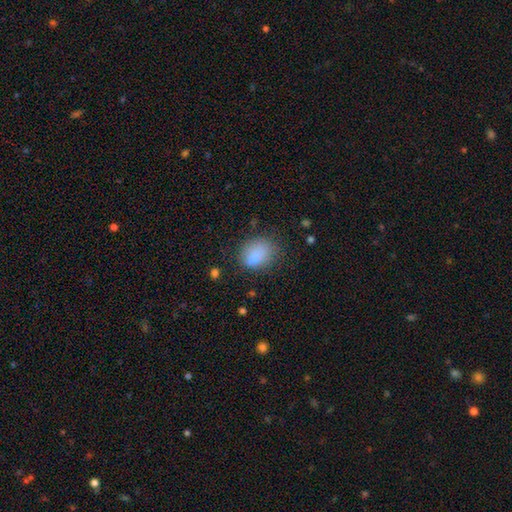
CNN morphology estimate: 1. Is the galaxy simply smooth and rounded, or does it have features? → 80% smooth, 10% star or artifact, 10% featured or disk.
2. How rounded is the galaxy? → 59% in between, 40% round, 1% cigar-shaped.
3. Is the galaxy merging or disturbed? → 56% none, 26% minor disturbance, 13% major disturbance, 5% merger.